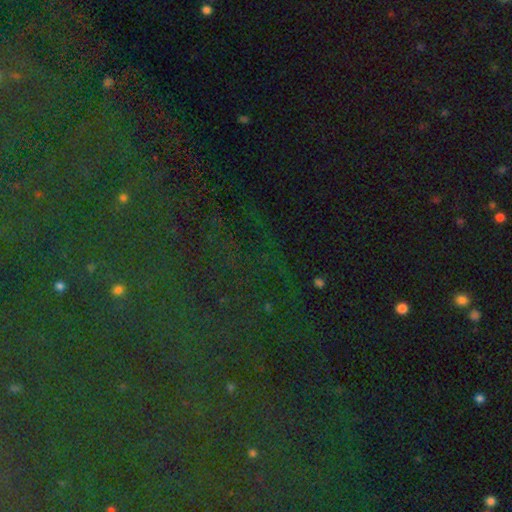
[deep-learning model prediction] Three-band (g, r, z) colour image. It shows a star or artifact, not a galaxy (81%).